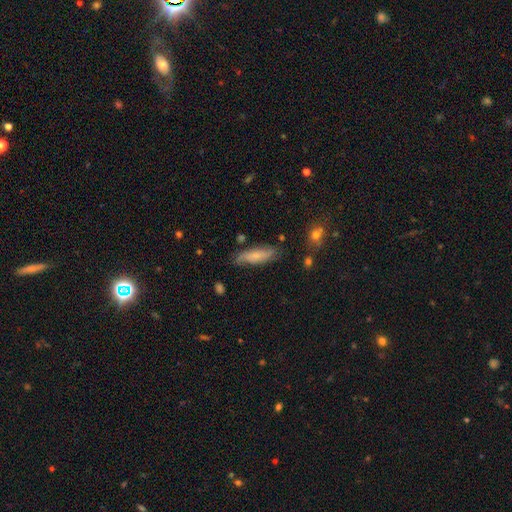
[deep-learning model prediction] smooth_or_featured: smooth (p=0.56) [alt: featured or disk p=0.36]
how_rounded: cigar-shaped (p=0.51) [alt: in between p=0.47]
merging: none (p=0.73) [alt: minor disturbance p=0.20]